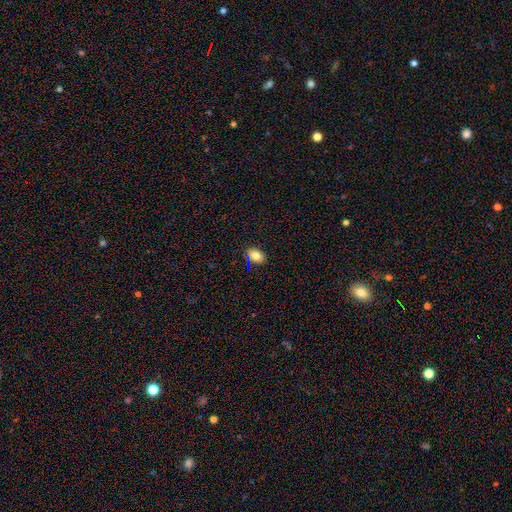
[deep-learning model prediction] smooth 77%, star or artifact 13%, featured or disk 10%. Down the decision tree: how rounded — in between (70%); merging — none (83%).